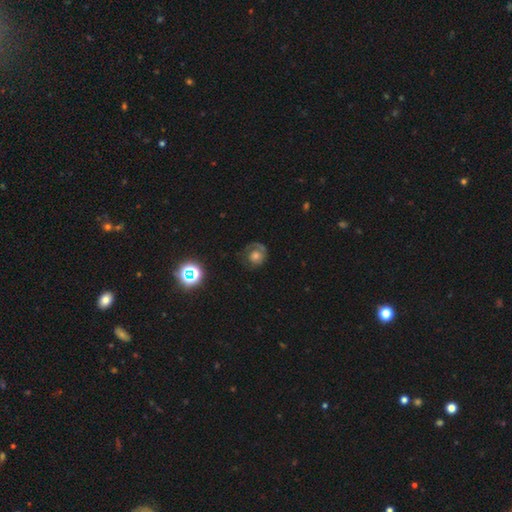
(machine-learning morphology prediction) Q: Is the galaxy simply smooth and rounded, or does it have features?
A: featured or disk — 48%.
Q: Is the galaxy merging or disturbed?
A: none — 55%.